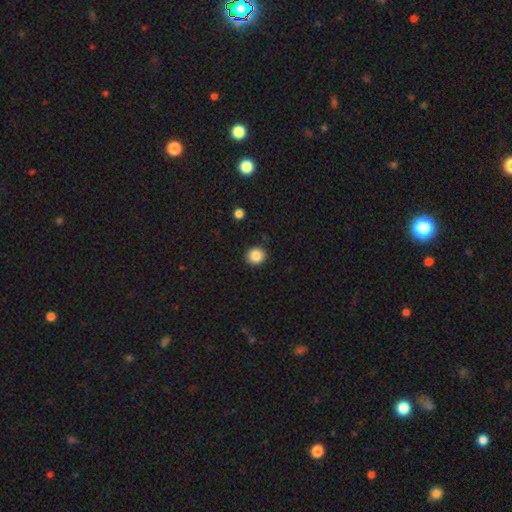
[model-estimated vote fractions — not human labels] Smooth or featured: smooth — 86% (star or artifact — 10%)
How rounded: round — 87% (in between — 12%)
Merging: none — 91% (minor disturbance — 6%)